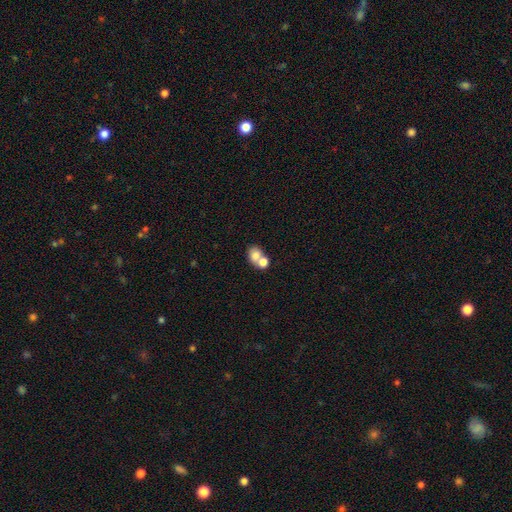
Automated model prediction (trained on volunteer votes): A smooth galaxy with no disk features (75%) that is round (53%).

Vote fractions:
- Smooth or featured? smooth: 75% / featured or disk: 15% / star or artifact: 10%
- How rounded? round: 53% / in between: 46% / cigar-shaped: 1%
- Merging? merger: 60% / none: 30% / minor disturbance: 7% / major disturbance: 4%